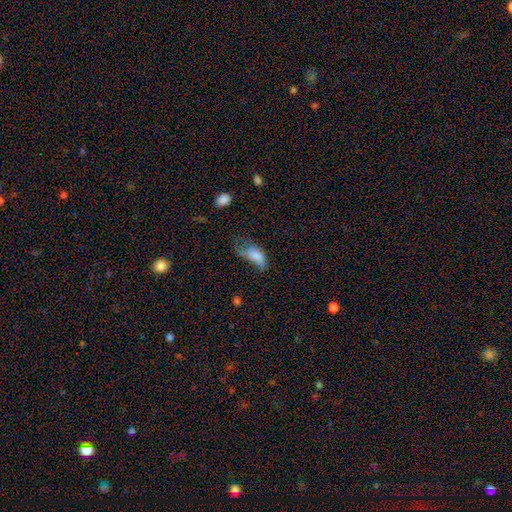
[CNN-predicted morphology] Smooth or featured? smooth (70%)
How rounded? in between (89%)
Merging? major disturbance (47%)